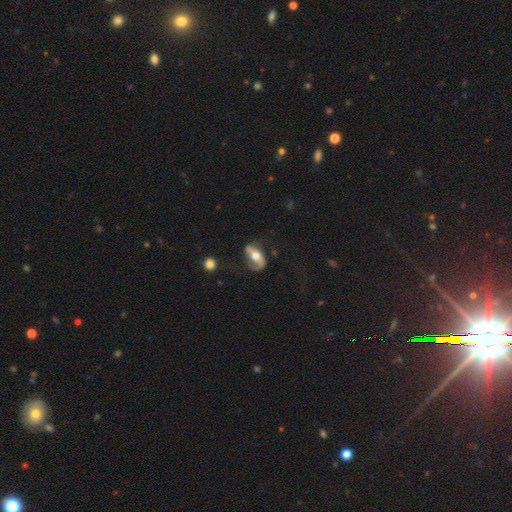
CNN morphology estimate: smooth-or-featured: featured or disk: 65% | smooth: 29% | star or artifact: 6%
  disk-edge-on: no: 86% | yes: 14%
    bar: strong: 39% | no: 36% | weak: 25%
    has-spiral-arms: yes: 78% | no: 22%
    bulge-size: moderate: 71% | large: 14% | small: 12% | dominant: 2% | none: 1%
  merging: none: 55% | minor disturbance: 24% | major disturbance: 19% | merger: 3%